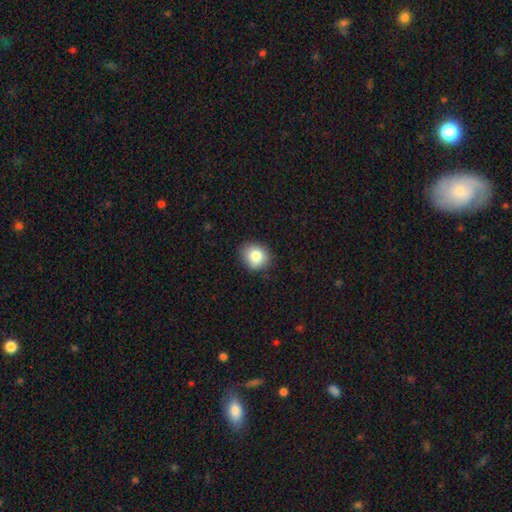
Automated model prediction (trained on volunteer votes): smooth_or_featured: smooth (p=0.82) [alt: star or artifact p=0.10]
how_rounded: round (p=0.71) [alt: in between p=0.28]
merging: none (p=0.84) [alt: minor disturbance p=0.13]